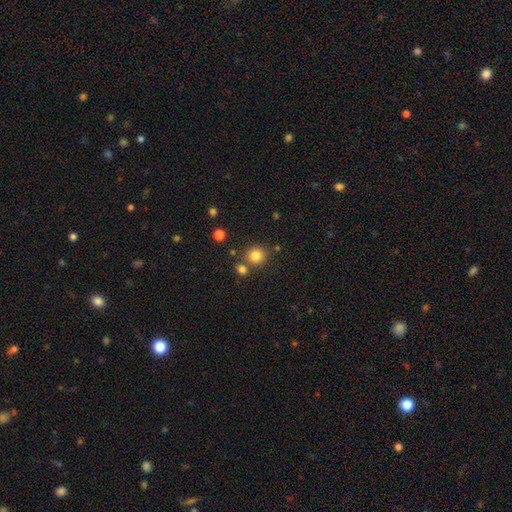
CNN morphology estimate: A smooth galaxy with no disk features (82%) that is round (89%). Merging: none (74%).